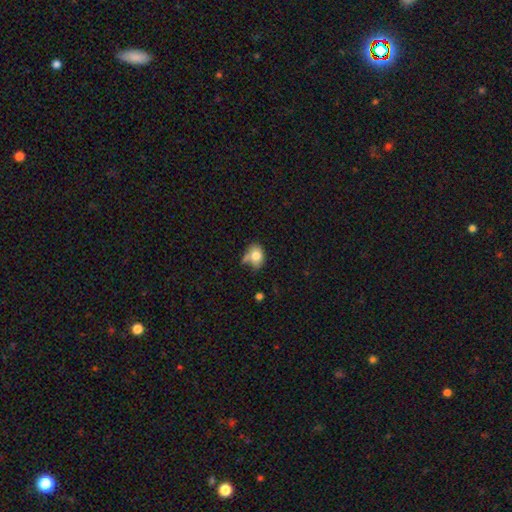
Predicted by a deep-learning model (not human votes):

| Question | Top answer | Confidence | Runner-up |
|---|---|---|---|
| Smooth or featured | smooth | 77% | featured or disk (14%) |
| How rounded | in between | 61% | round (37%) |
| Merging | none | 38% | minor disturbance (27%) |